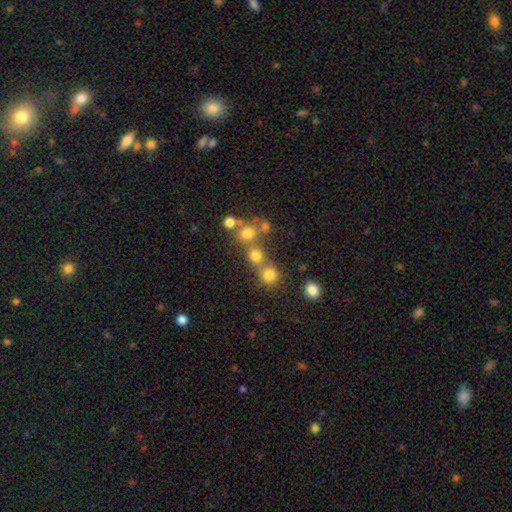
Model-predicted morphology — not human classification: type=smooth (72%); roundness=round (85%); merging=none (53%).